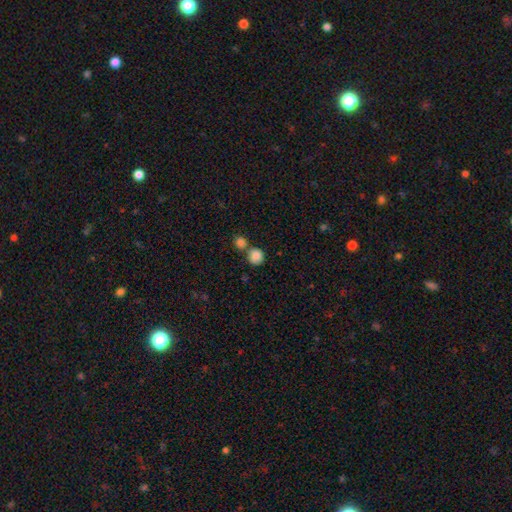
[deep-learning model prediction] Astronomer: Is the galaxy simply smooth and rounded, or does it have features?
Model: smooth — 86%.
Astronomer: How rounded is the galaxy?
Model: round — 87%.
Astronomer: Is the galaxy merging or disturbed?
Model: none — 52% (runner-up: merger, 36%).